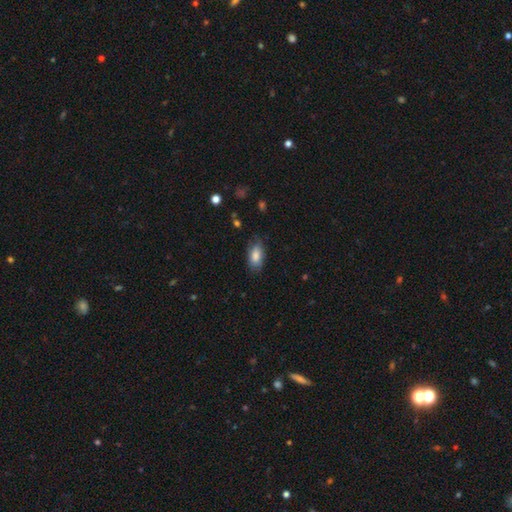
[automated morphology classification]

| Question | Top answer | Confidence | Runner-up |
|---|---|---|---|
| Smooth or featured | smooth | 82% | featured or disk (11%) |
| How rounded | in between | 90% | cigar-shaped (6%) |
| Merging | none | 75% | minor disturbance (19%) |